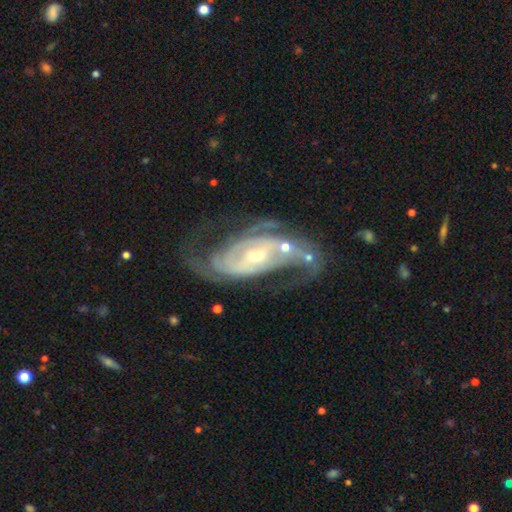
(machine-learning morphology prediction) Overall: featured or disk (89%). Edge-on disk: no (95%). Bar: no (39%; weak 36%). Spiral arms: yes (94%). Spiral arm count: 2 (61%). Spiral winding: medium (44%; tight 37%). Bulge size: small (54%; moderate 42%). Merging: none (46%; major disturbance 23%).